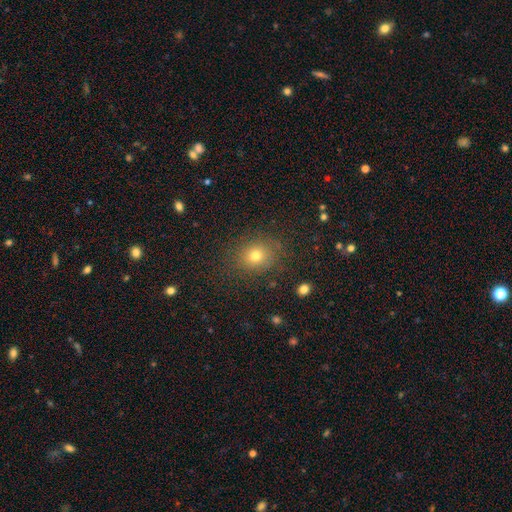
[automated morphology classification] Smooth or featured?
  - smooth: 72% *
  - star or artifact: 19%
  - featured or disk: 9%
How rounded?
  - round: 65% *
  - in between: 34%
  - cigar-shaped: 1%
Merging?
  - none: 85% *
  - minor disturbance: 10%
  - major disturbance: 4%
  - merger: 1%